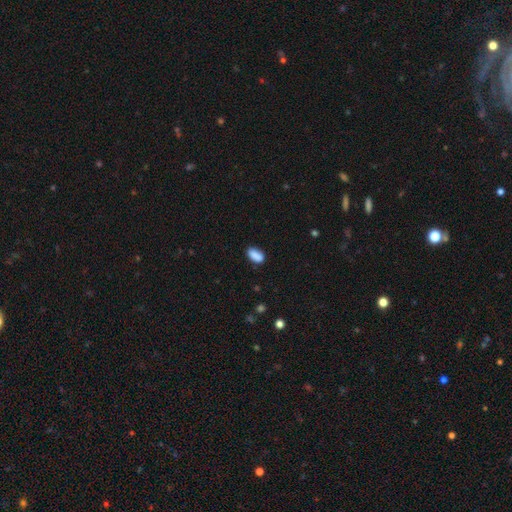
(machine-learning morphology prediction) Smooth or featured? Predicted: smooth (p=0.87). How rounded? Predicted: in between (p=0.91). Merging? Predicted: none (p=0.77).